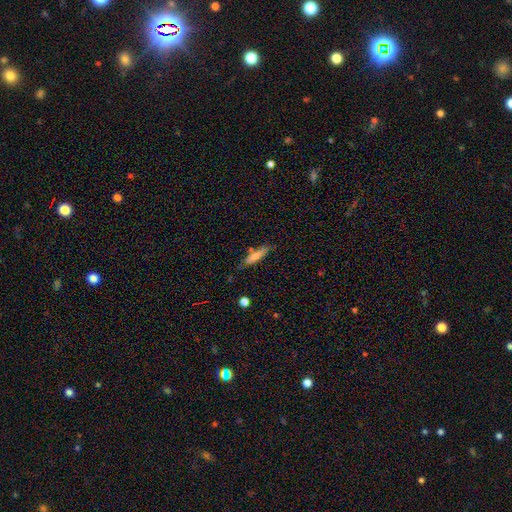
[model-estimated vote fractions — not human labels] Morphology: type=smooth (73%); roundness=cigar-shaped (74%); merging=none (73%).